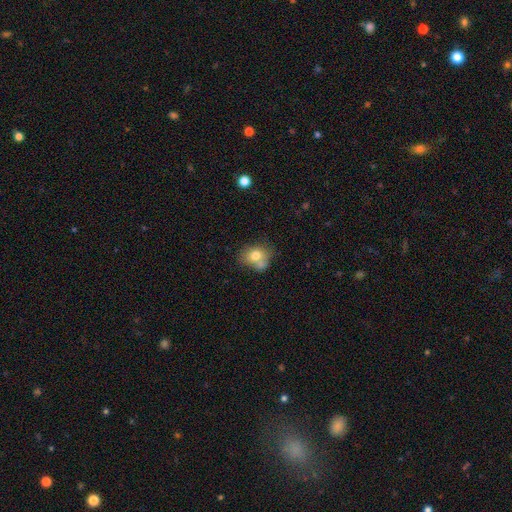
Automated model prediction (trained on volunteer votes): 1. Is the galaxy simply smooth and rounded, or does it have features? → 74% smooth, 16% featured or disk, 10% star or artifact.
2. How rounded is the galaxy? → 56% round, 44% in between, 1% cigar-shaped.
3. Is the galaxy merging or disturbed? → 44% none, 30% merger, 19% minor disturbance, 7% major disturbance.